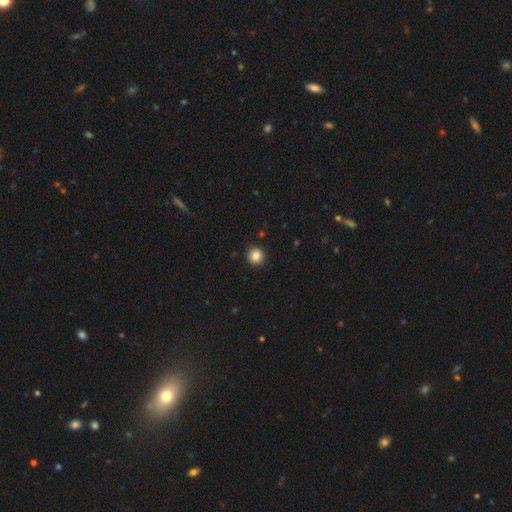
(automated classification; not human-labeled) smooth-or-featured: smooth: 85% | star or artifact: 10% | featured or disk: 4%
  how-rounded: round: 92% | in between: 7% | cigar-shaped: 1%
  merging: none: 92% | minor disturbance: 5% | major disturbance: 2% | merger: 1%